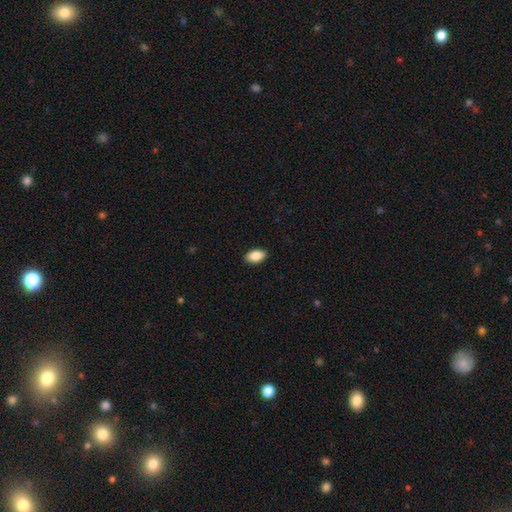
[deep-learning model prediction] A smooth galaxy with no disk features (88%) that is in between round and cigar-shaped (93%). Merging: none (90%).